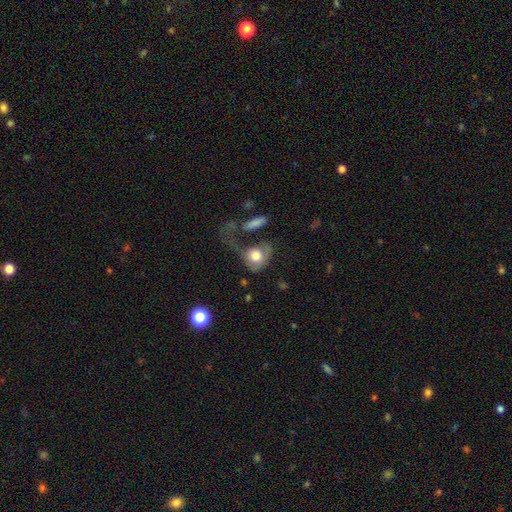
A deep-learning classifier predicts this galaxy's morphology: This is likely a smooth galaxy (66%). How rounded: possibly in between (51%). Merging: possibly major disturbance (52%).